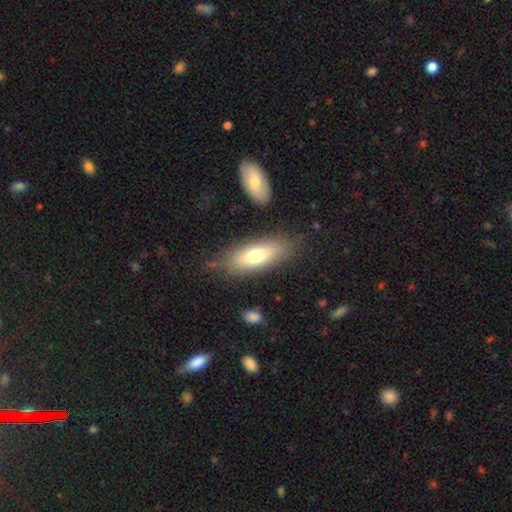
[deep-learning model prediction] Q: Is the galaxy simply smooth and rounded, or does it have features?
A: smooth — 69%.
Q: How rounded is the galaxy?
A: in between — 70%.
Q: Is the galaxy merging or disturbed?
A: none — 80%.